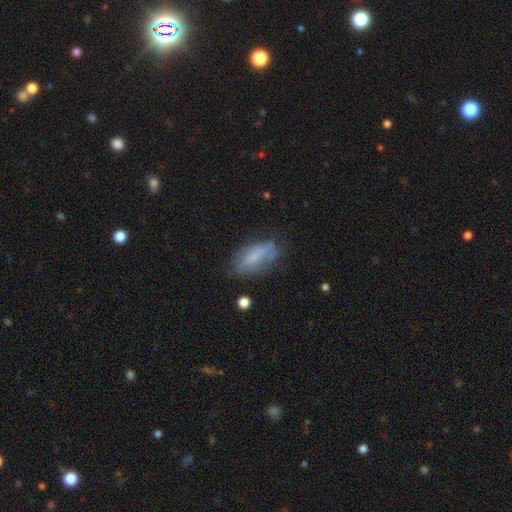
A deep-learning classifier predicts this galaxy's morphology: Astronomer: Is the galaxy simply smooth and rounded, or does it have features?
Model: smooth — 64%.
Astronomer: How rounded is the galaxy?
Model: in between — 74%.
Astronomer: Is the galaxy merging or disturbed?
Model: none — 60%.